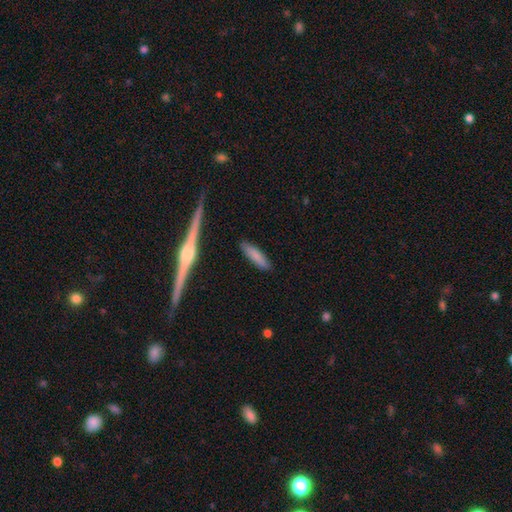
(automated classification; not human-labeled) Morphology: type=smooth (79%); roundness=cigar-shaped (69%); merging=none (85%).